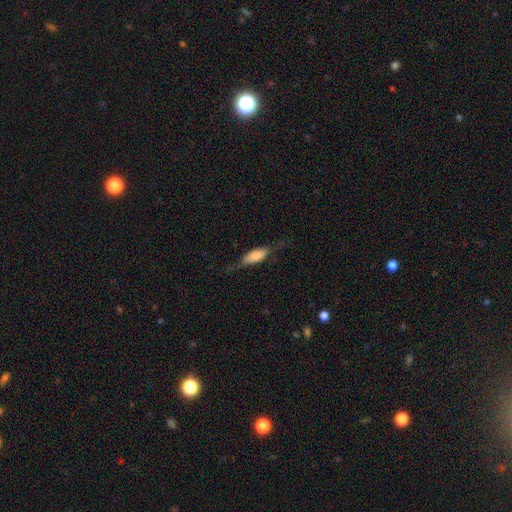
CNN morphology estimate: Overall: smooth (62%; featured or disk 31%). How rounded: in between (61%; cigar-shaped 37%). Merging: none (61%; minor disturbance 25%).